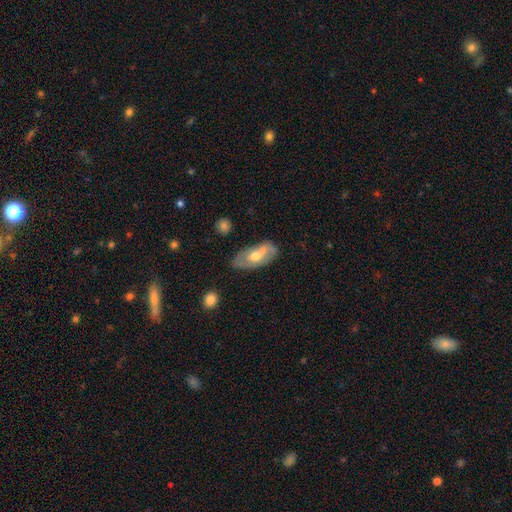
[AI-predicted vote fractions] Smooth or featured? featured or disk (56%)
Edge-on disk? no (85%)
Merging? none (67%)